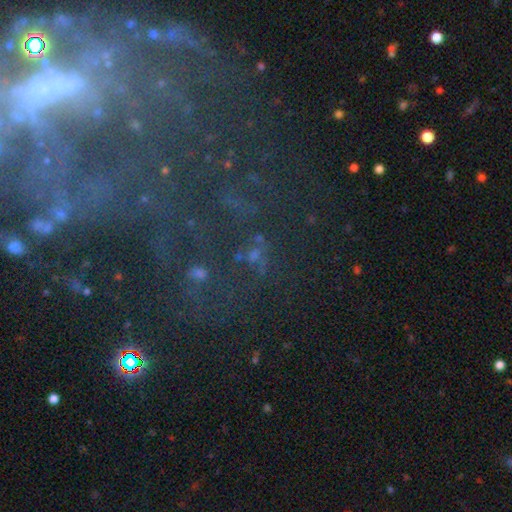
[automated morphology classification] Smooth or featured?
  - star or artifact: 54% *
  - smooth: 28%
  - featured or disk: 19%